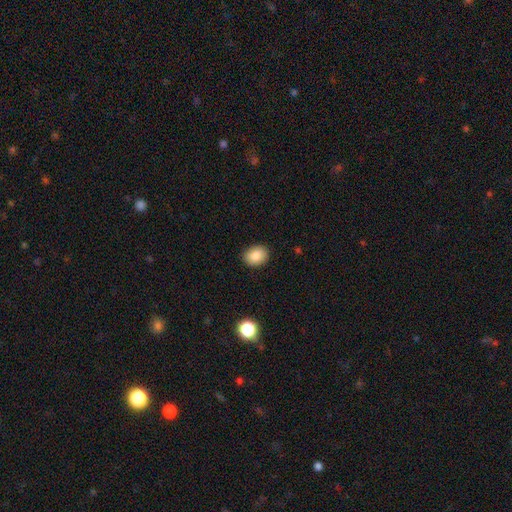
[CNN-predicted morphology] This is clearly a smooth galaxy (87%). How rounded: likely in between (64%). Merging: clearly none (89%).